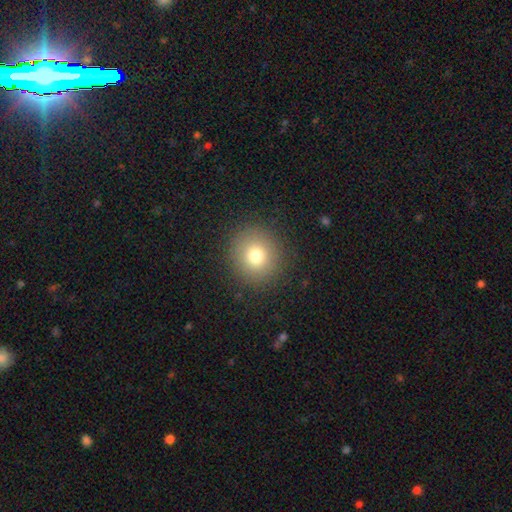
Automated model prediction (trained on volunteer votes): Morphology: type=smooth (77%); roundness=round (91%); merging=none (89%).